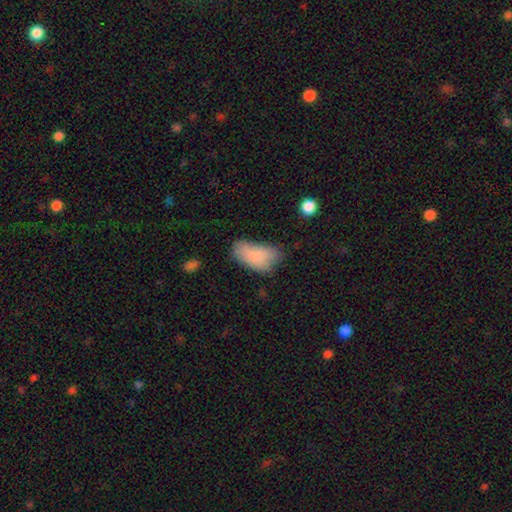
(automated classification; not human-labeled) smooth-or-featured: smooth: 83% | featured or disk: 9% | star or artifact: 8%
  how-rounded: in between: 94% | round: 3% | cigar-shaped: 3%
  merging: none: 44% | minor disturbance: 36% | major disturbance: 15% | merger: 4%